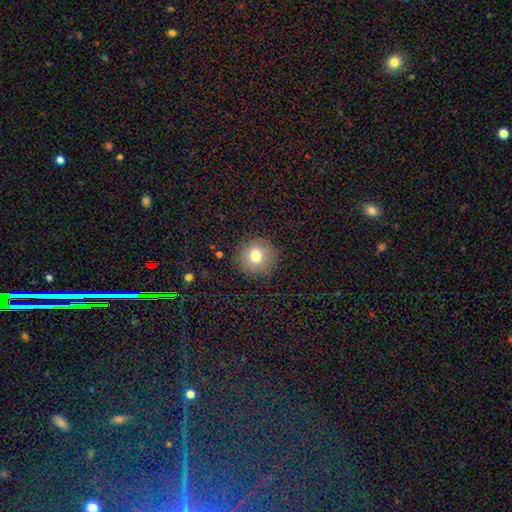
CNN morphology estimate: Smooth or featured? Predicted: smooth (p=0.77). How rounded? Predicted: round (p=0.93). Merging? Predicted: none (p=0.88).